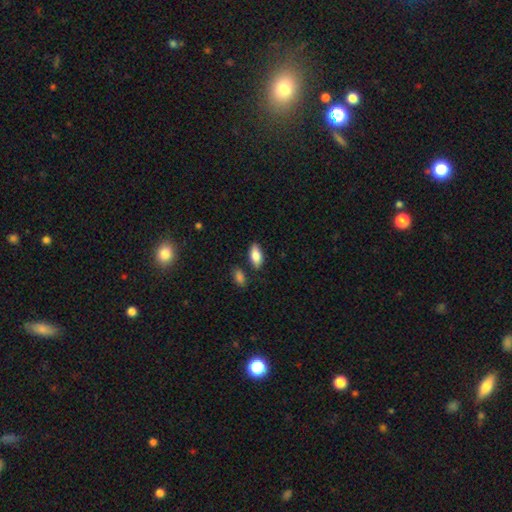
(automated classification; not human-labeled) This appears to be a smooth galaxy with no disk features (81%) that is in between round and cigar-shaped (87%). Merging: none (81%).